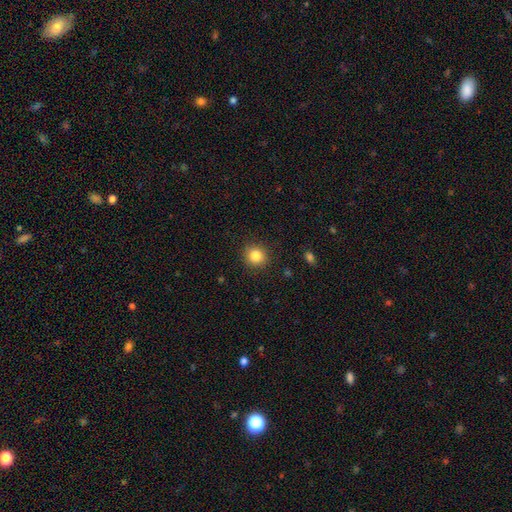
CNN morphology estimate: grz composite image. It shows a smooth galaxy with no disk features (84%) that is round (90%). Merging: none (90%).